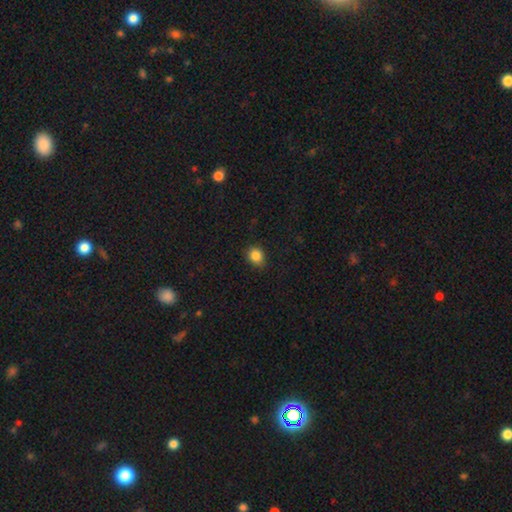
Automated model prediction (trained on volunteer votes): Smooth or featured? Predicted: smooth (p=0.86). How rounded? Predicted: round (p=0.68). Merging? Predicted: none (p=0.81).